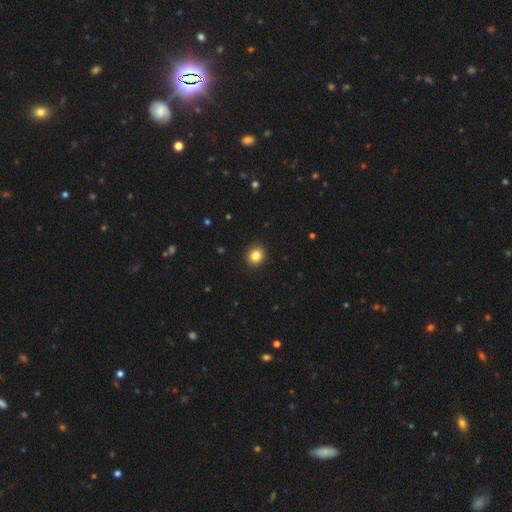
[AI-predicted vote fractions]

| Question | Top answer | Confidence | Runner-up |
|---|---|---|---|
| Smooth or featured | smooth | 84% | star or artifact (11%) |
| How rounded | round | 85% | in between (14%) |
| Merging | none | 92% | minor disturbance (5%) |